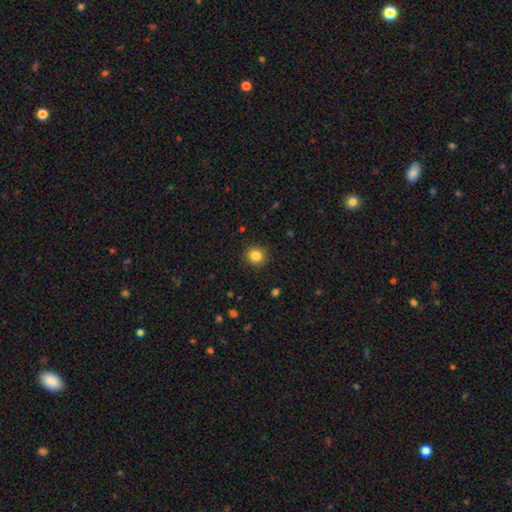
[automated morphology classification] This is clearly a smooth galaxy (84%). How rounded: clearly round (89%). Merging: clearly none (91%).